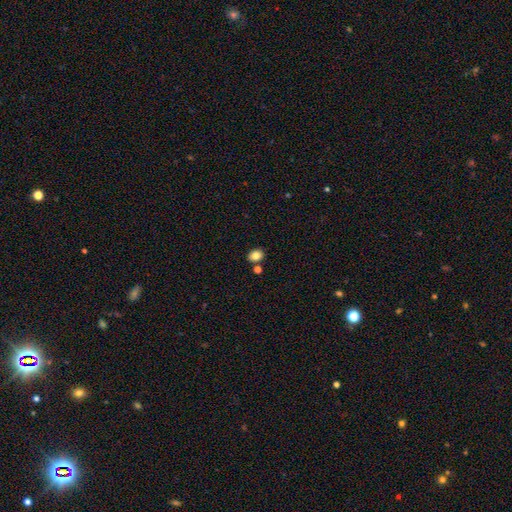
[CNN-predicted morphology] smooth_or_featured: smooth (p=0.84) [alt: star or artifact p=0.10]
how_rounded: in between (p=0.63) [alt: round p=0.36]
merging: none (p=0.80) [alt: minor disturbance p=0.09]